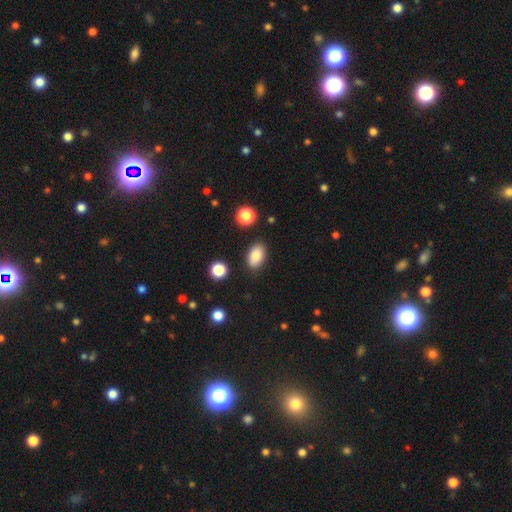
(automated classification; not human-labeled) Smooth or featured?
  - smooth: 85% *
  - star or artifact: 9%
  - featured or disk: 6%
How rounded?
  - in between: 90% *
  - round: 8%
  - cigar-shaped: 2%
Merging?
  - none: 85% *
  - minor disturbance: 10%
  - major disturbance: 3%
  - merger: 2%